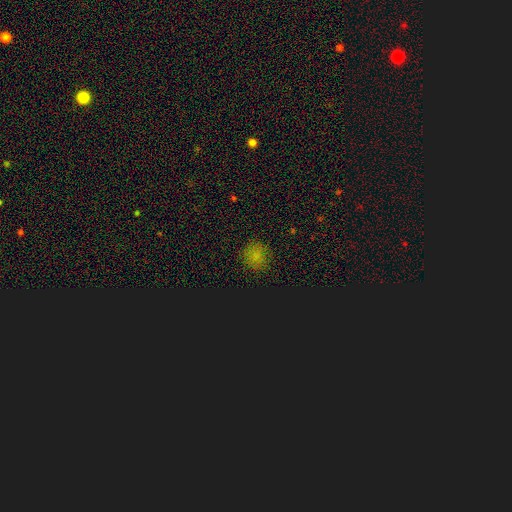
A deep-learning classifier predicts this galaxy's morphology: Smooth or featured: smooth — 70% (star or artifact — 24%)
How rounded: round — 84% (in between — 15%)
Merging: none — 85% (minor disturbance — 11%)